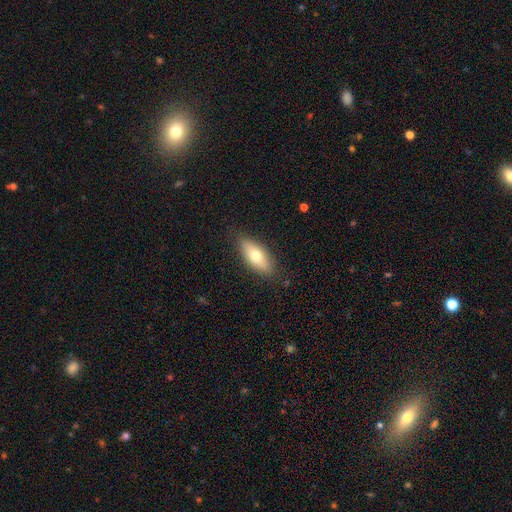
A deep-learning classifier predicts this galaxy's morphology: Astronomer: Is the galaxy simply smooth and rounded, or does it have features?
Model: smooth — 69%.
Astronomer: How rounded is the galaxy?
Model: in between — 75%.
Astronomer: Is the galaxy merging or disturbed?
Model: none — 85%.